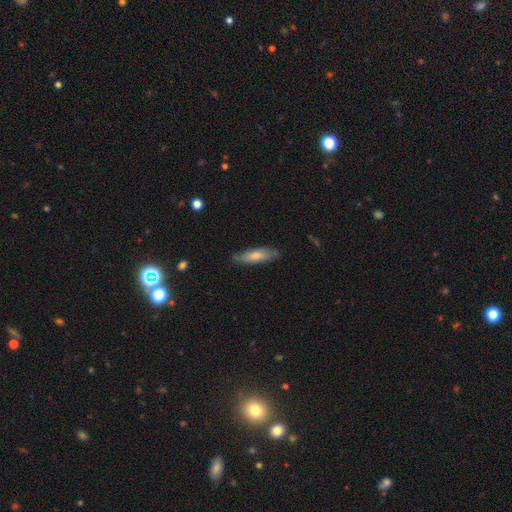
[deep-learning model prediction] Smooth or featured? smooth (67%)
How rounded? cigar-shaped (66%)
Merging? none (81%)